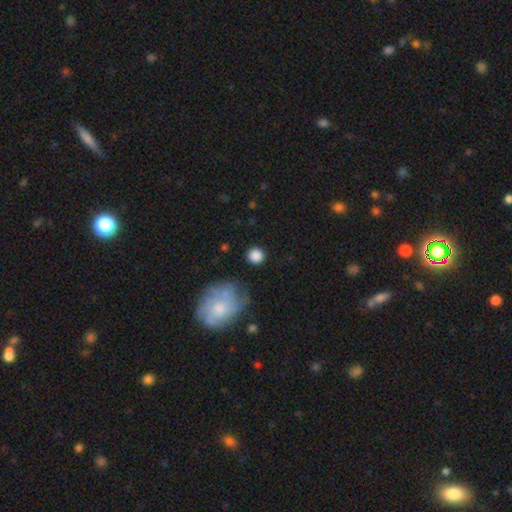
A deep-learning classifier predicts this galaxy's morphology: A smooth galaxy with no disk features (85%) that is round (89%). Merging: none (84%).